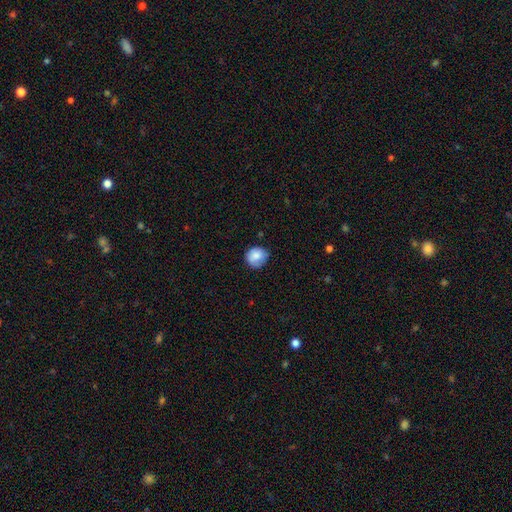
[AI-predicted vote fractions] Smooth or featured: smooth — 81% (featured or disk — 12%)
How rounded: round — 86% (in between — 14%)
Merging: none — 69% (minor disturbance — 24%)